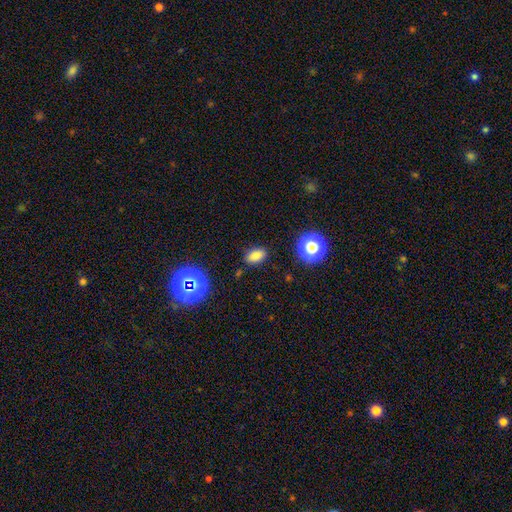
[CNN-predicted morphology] The model was most divided on "smooth or featured": smooth: 80%, star or artifact: 15%, featured or disk: 5%. More confident: how rounded — in between (86%); merging — none (86%).